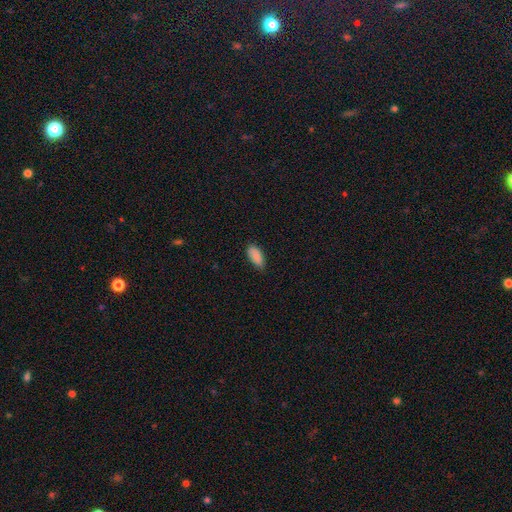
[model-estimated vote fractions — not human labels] Overall: smooth (89%). How rounded: in between (89%). Merging: none (76%).